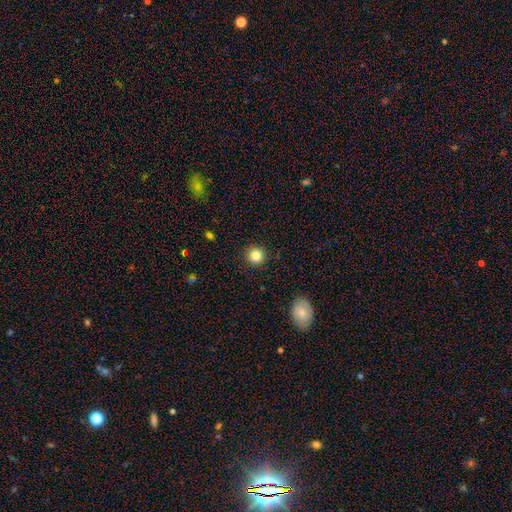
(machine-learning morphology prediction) Smooth or featured? Predicted: smooth (p=0.83). How rounded? Predicted: round (p=0.94). Merging? Predicted: none (p=0.92).